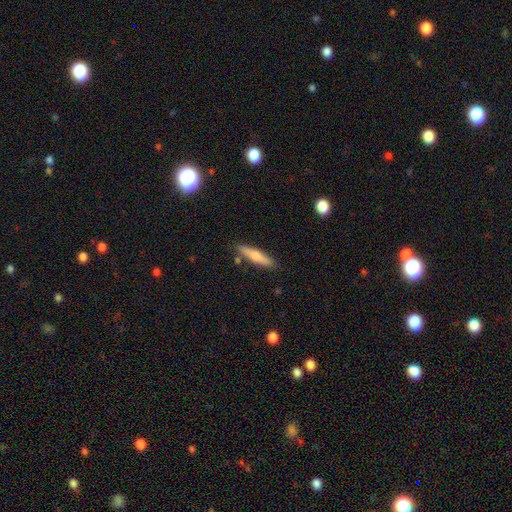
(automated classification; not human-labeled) Smooth or featured? smooth (60%)
How rounded? cigar-shaped (84%)
Merging? none (84%)